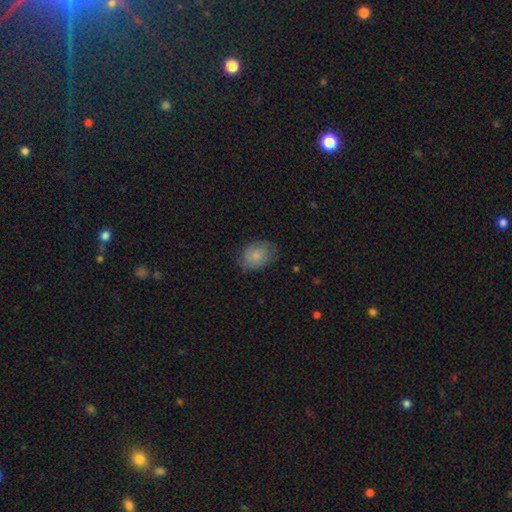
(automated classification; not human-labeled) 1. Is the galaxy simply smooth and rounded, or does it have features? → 69% smooth, 24% featured or disk, 8% star or artifact.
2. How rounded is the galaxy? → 67% in between, 32% round, 1% cigar-shaped.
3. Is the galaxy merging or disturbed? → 72% none, 22% minor disturbance, 5% major disturbance, 1% merger.